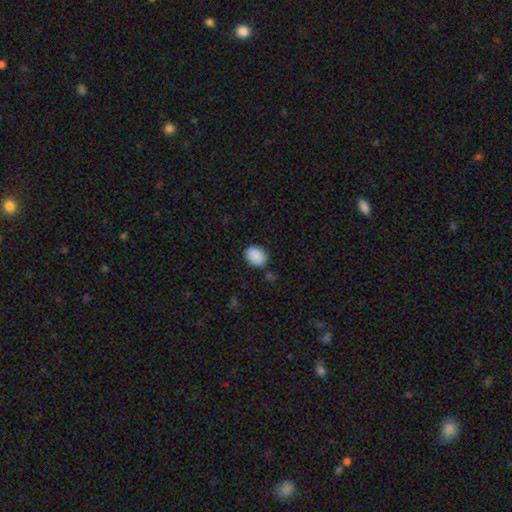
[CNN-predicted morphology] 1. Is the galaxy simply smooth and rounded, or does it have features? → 88% smooth, 8% star or artifact, 4% featured or disk.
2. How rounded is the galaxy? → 68% in between, 31% round, 1% cigar-shaped.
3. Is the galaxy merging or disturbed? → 76% none, 16% minor disturbance, 4% merger, 4% major disturbance.